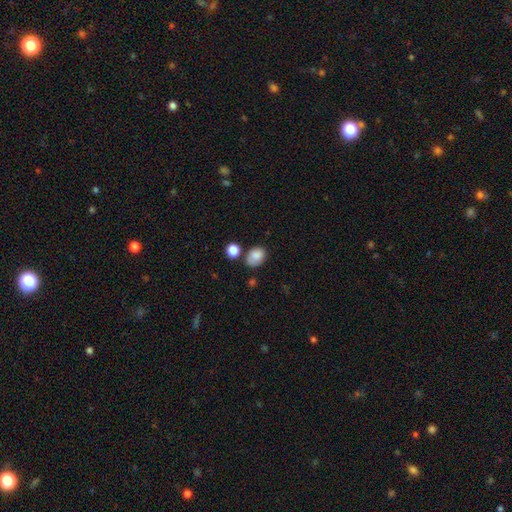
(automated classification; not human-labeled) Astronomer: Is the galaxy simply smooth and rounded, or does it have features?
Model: smooth — 85%.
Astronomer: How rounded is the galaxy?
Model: in between — 70%.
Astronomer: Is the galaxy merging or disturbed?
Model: none — 64%.